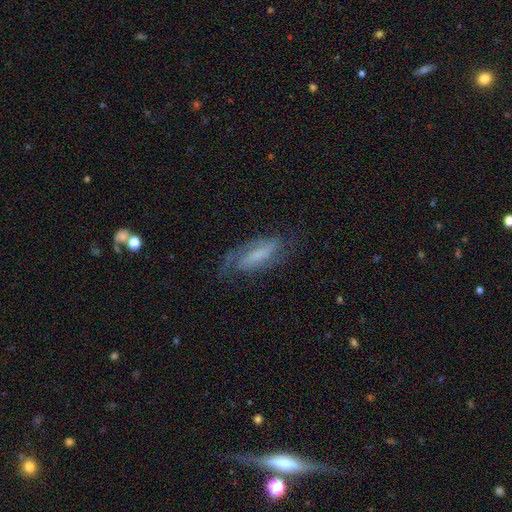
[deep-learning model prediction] This is likely a featured or disk galaxy (72%). It is clearly not viewed edge-on (87%). Bar: marginally weak (40%). Spiral arm pattern: clearly yes (91%). Spiral arm count: likely 2 (69%). Spiral winding: marginally medium (45%). Central bulge: marginally small (45%). Merging: likely none (68%).